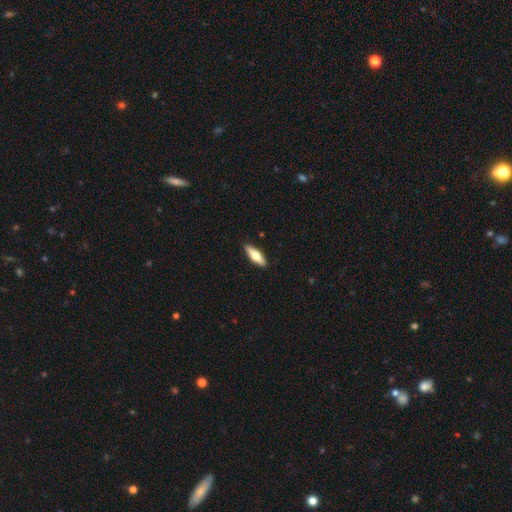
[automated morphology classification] Smooth or featured? smooth (48%)
Merging? none (90%)